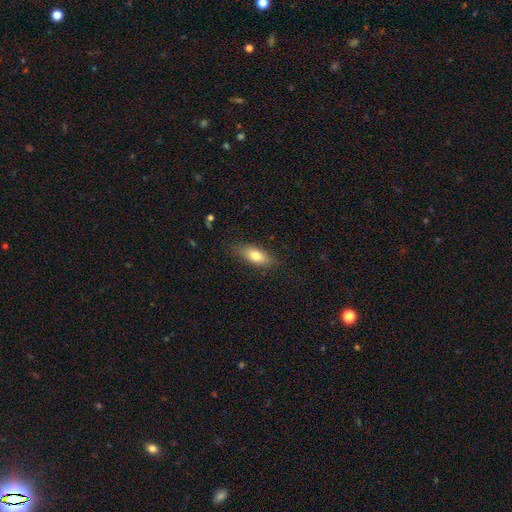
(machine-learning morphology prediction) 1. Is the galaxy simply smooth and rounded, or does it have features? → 77% smooth, 16% featured or disk, 7% star or artifact.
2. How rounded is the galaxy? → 77% in between, 19% cigar-shaped, 4% round.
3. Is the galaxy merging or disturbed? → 82% none, 14% minor disturbance, 3% major disturbance, 1% merger.